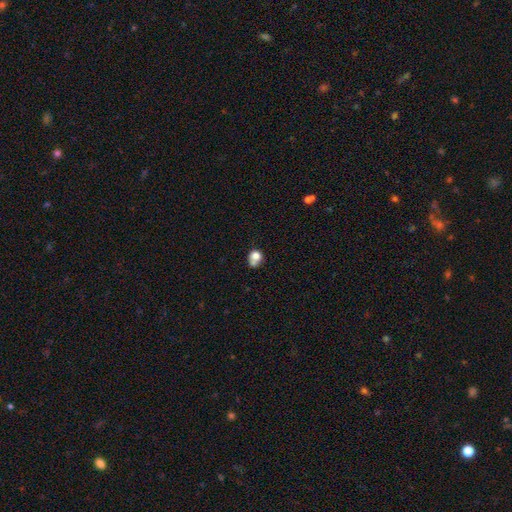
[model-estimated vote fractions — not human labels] smooth_or_featured: smooth (p=0.75) [alt: featured or disk p=0.14]
how_rounded: round (p=0.59) [alt: in between p=0.40]
merging: none (p=0.38) [alt: minor disturbance p=0.25]